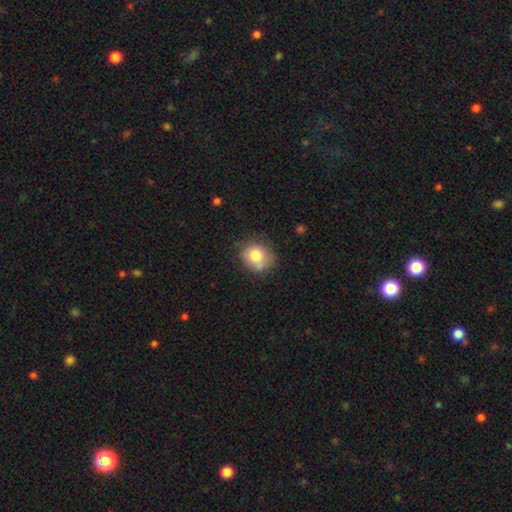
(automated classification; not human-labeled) A smooth galaxy with no disk features (79%) that is round (70%). Merging: none (64%).